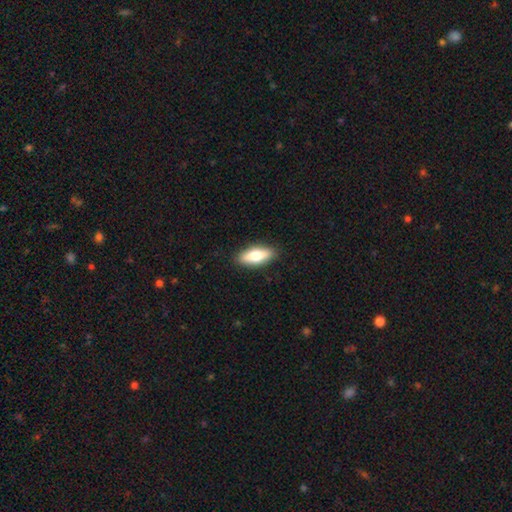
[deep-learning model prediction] Smooth or featured: smooth — 69% (featured or disk — 25%)
How rounded: in between — 70% (cigar-shaped — 27%)
Merging: none — 89% (minor disturbance — 8%)